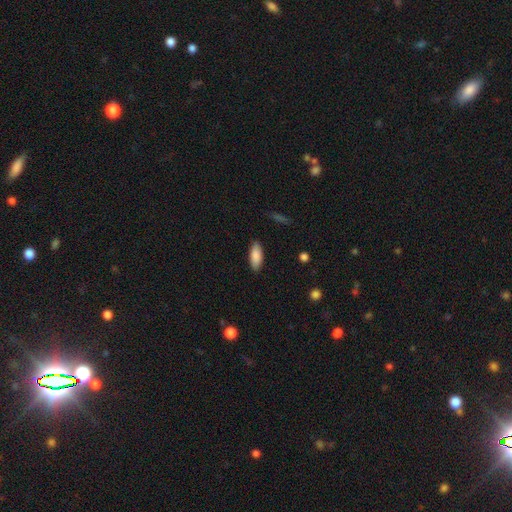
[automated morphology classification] The model was most divided on "how rounded": in between: 79%, cigar-shaped: 19%, round: 2%. More confident: smooth or featured — smooth (87%); merging — none (87%).